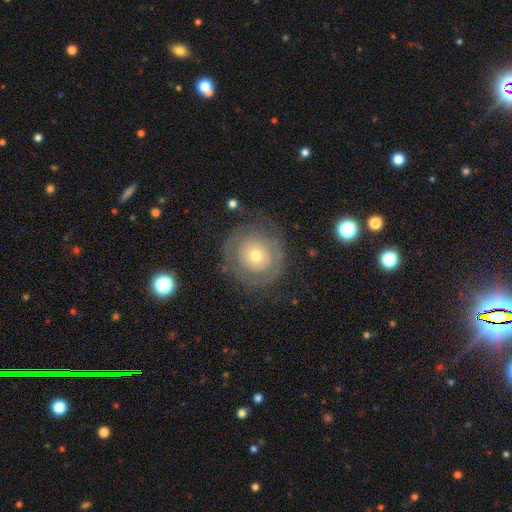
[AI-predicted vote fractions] smooth_or_featured: featured or disk (p=0.56) [alt: smooth p=0.37]
disk_edge_on: no (p=0.97) [alt: yes p=0.03]
bar: no (p=0.89) [alt: weak p=0.09]
has_spiral_arms: no (p=0.51) [alt: yes p=0.49]
bulge_size: small (p=0.54) [alt: moderate p=0.39]
merging: none (p=0.76) [alt: minor disturbance p=0.14]